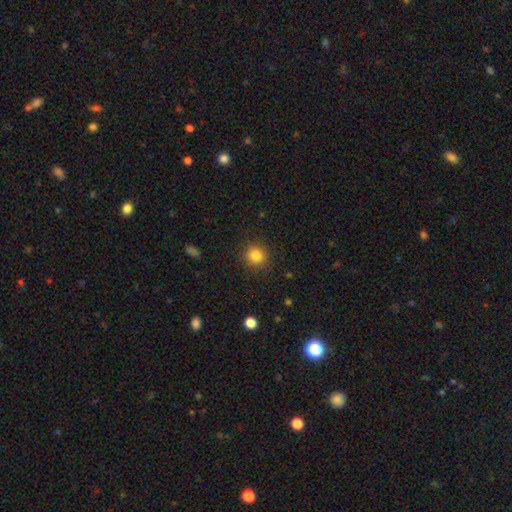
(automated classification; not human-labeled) This is clearly a smooth galaxy (84%). How rounded: clearly round (92%). Merging: clearly none (90%).